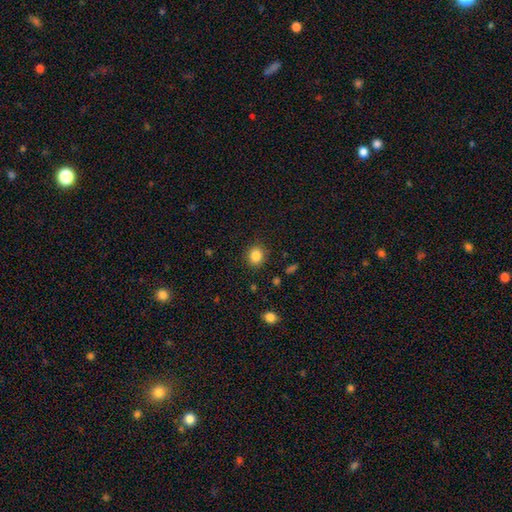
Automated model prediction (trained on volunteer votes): This is clearly a smooth galaxy (85%). How rounded: likely round (72%). Merging: clearly none (87%).